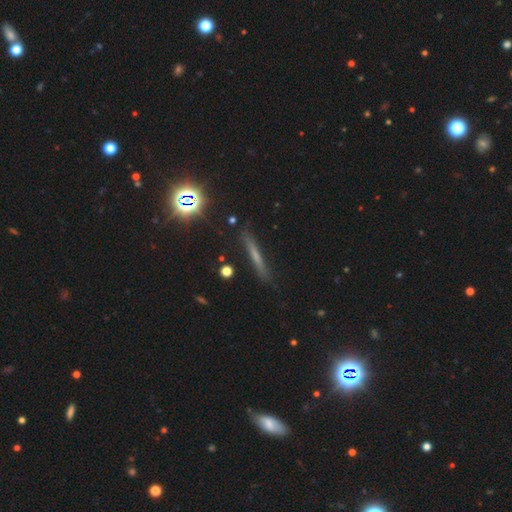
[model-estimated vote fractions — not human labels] This appears to be a smooth galaxy with no disk features (44%). Merging: none (85%).